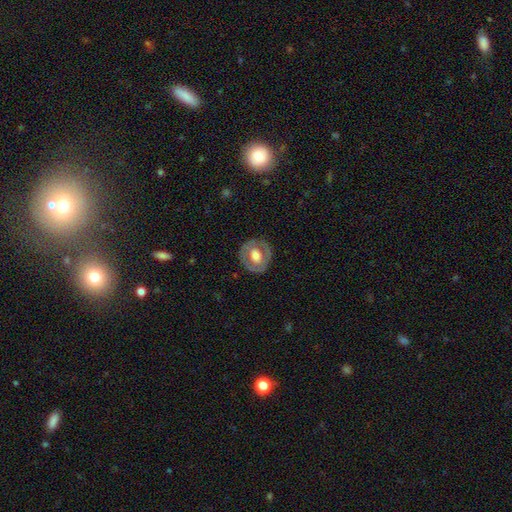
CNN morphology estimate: smooth_or_featured: featured or disk (p=0.51) [alt: smooth p=0.43]
disk_edge_on: no (p=0.95) [alt: yes p=0.05]
merging: none (p=0.81) [alt: minor disturbance p=0.13]